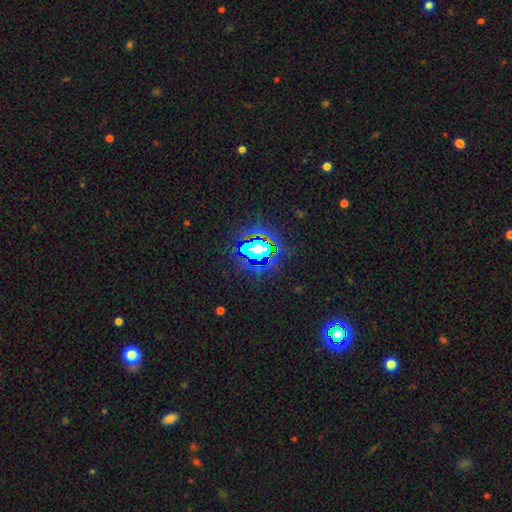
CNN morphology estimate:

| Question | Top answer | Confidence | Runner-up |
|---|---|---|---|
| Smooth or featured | star or artifact | 84% | smooth (10%) |